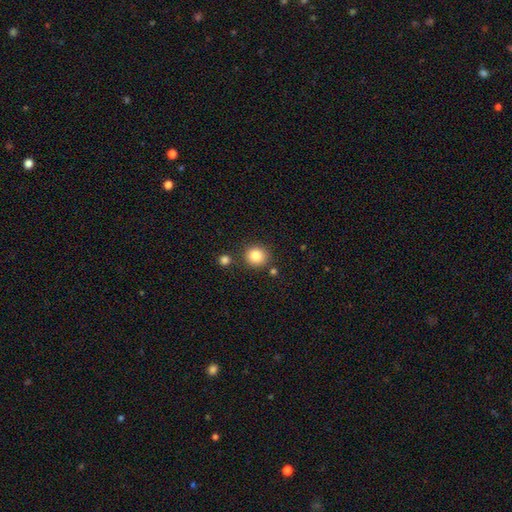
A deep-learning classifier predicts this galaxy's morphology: Smooth or featured? smooth (85%)
How rounded? round (88%)
Merging? none (82%)